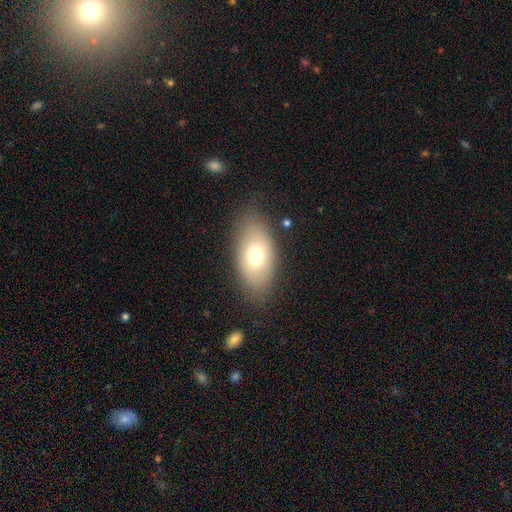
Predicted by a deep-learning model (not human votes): Morphology: type=smooth (71%); roundness=in between (91%); merging=none (80%).